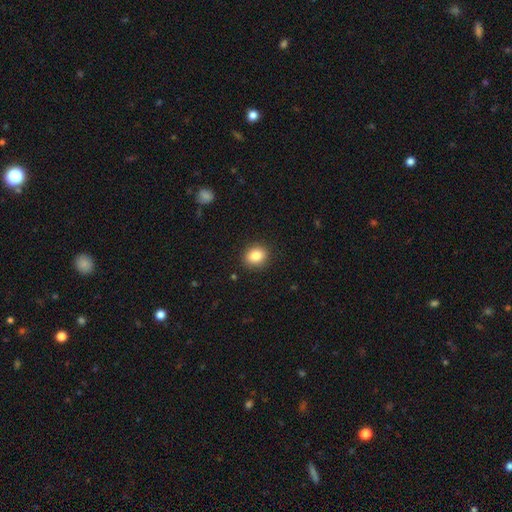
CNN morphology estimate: Smooth or featured? Predicted: smooth (p=0.85). How rounded? Predicted: round (p=0.57). Merging? Predicted: none (p=0.89).